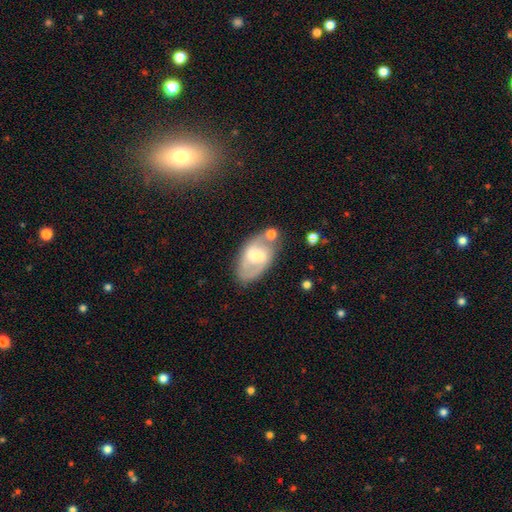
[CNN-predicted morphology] Q: Smooth or featured?
A: featured or disk (63%); runner-up: smooth (31%)
Q: Edge-on disk?
A: no (95%); runner-up: yes (5%)
Q: Bar?
A: weak (48%); runner-up: no (30%)
Q: Spiral arms?
A: yes (78%); runner-up: no (22%)
Q: Bulge size?
A: moderate (41%); runner-up: small (33%)
Q: Merging?
A: none (64%); runner-up: minor disturbance (18%)